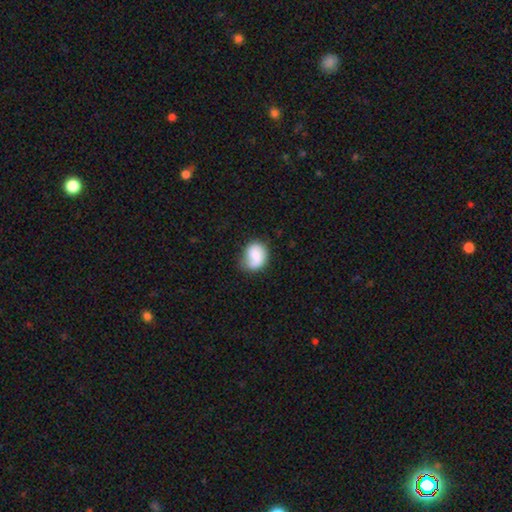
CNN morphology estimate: type=smooth (68%); roundness=round (55%); merging=none (53%).